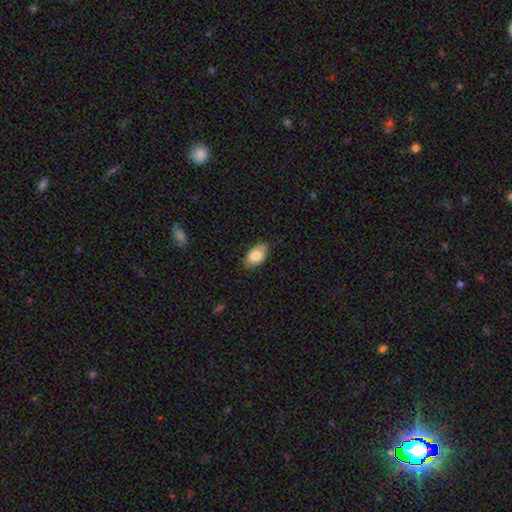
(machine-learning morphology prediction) The model was most divided on "merging": none: 81%, minor disturbance: 15%, major disturbance: 3%, merger: 1%. More confident: how rounded — in between (94%); smooth or featured — smooth (85%).